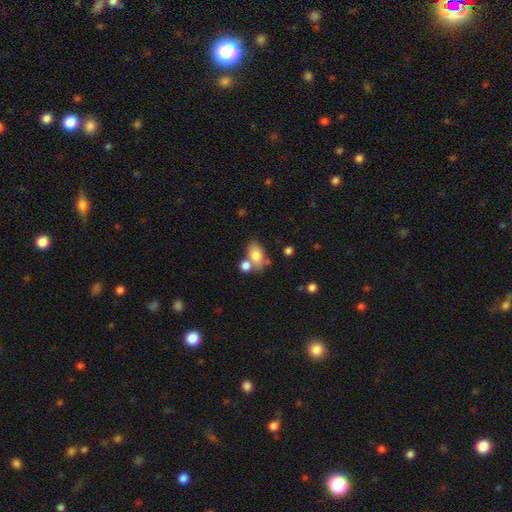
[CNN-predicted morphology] Overall: smooth (78%). How rounded: in between (81%). Merging: none (47%; merger 32%).